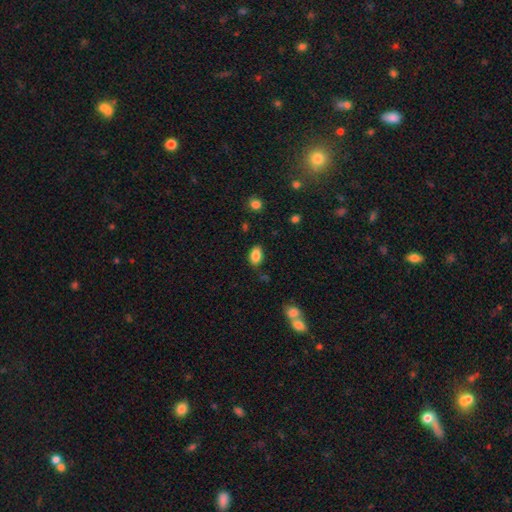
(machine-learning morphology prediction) A smooth galaxy with no disk features (85%) that is in between round and cigar-shaped (89%). Merging: none (81%).